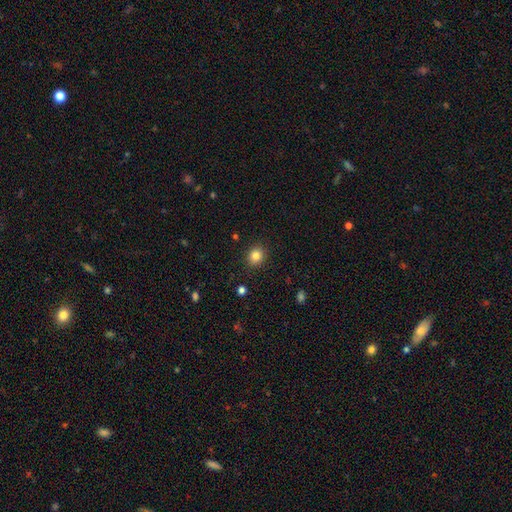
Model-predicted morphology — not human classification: Smooth or featured? smooth (83%)
How rounded? round (70%)
Merging? none (90%)